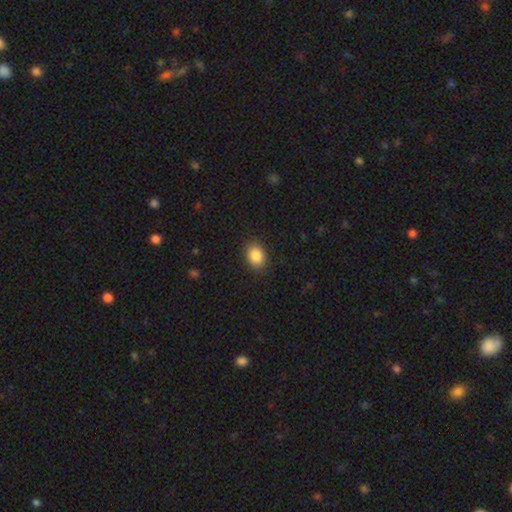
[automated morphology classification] This is clearly a smooth galaxy (87%). How rounded: likely in between (64%). Merging: clearly none (87%).